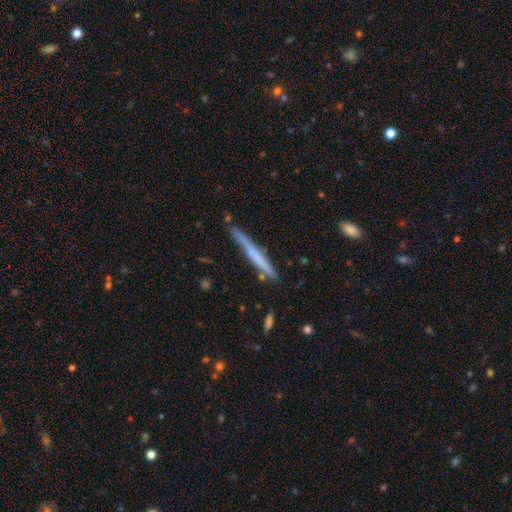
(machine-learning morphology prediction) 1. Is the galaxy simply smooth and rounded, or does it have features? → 48% smooth, 45% featured or disk, 7% star or artifact.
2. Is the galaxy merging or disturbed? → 80% none, 15% minor disturbance, 2% major disturbance, 2% merger.